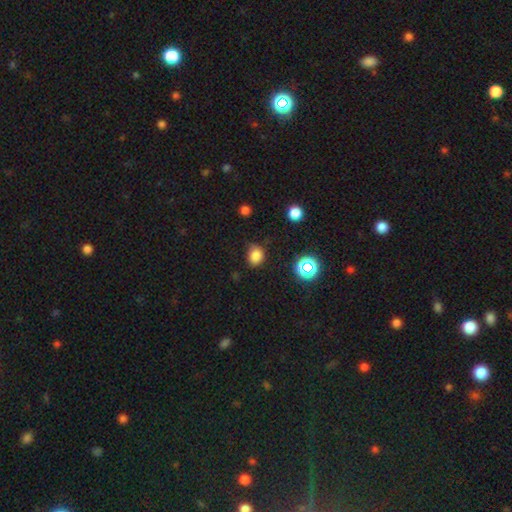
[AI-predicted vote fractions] Smooth or featured? smooth (80%)
How rounded? round (57%)
Merging? none (71%)